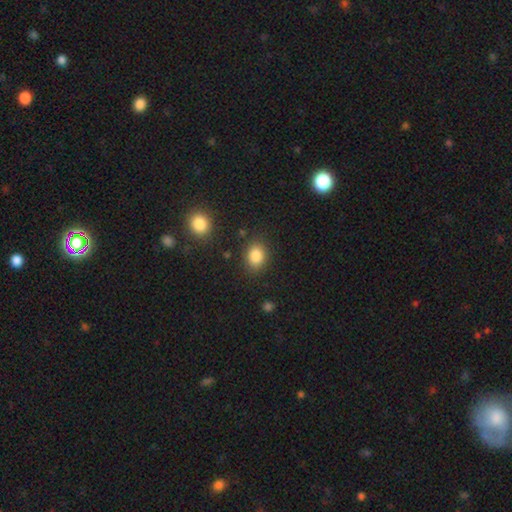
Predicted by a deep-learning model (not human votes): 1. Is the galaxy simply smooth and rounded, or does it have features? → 86% smooth, 10% star or artifact, 5% featured or disk.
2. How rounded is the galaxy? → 56% in between, 43% round, 1% cigar-shaped.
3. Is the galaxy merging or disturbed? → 84% none, 10% minor disturbance, 3% major disturbance, 3% merger.